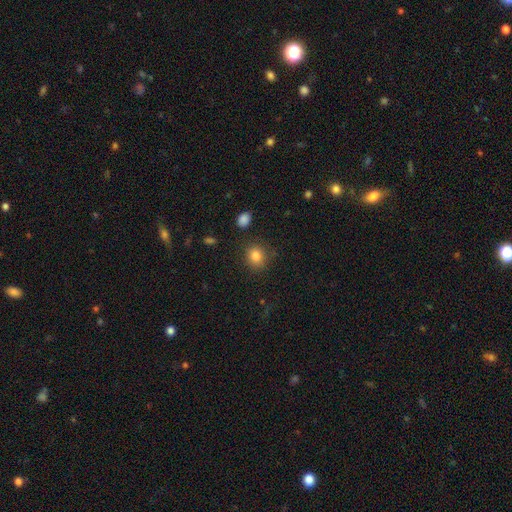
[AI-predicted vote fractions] The model was most divided on "how rounded": round: 75%, in between: 24%, cigar-shaped: 1%. More confident: merging — none (84%); smooth or featured — smooth (84%).